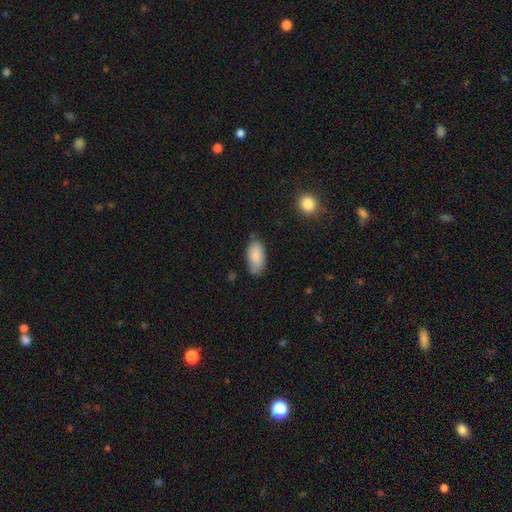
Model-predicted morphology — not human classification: Overall: smooth (85%). How rounded: in between (93%). Merging: none (66%; minor disturbance 26%).